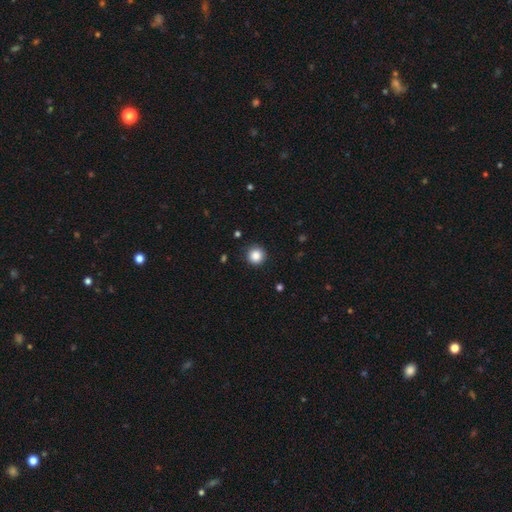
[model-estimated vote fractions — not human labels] smooth 86%, star or artifact 10%, featured or disk 4%. Down the decision tree: how rounded — round (95%); merging — none (90%).